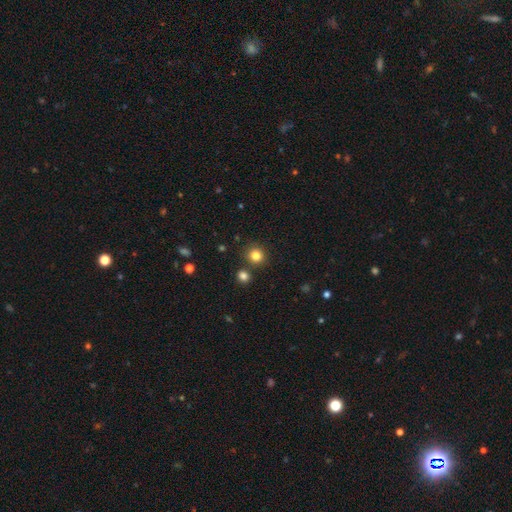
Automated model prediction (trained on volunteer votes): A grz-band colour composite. It shows a smooth galaxy with no disk features (83%) that is round (89%). Merging: none (83%).